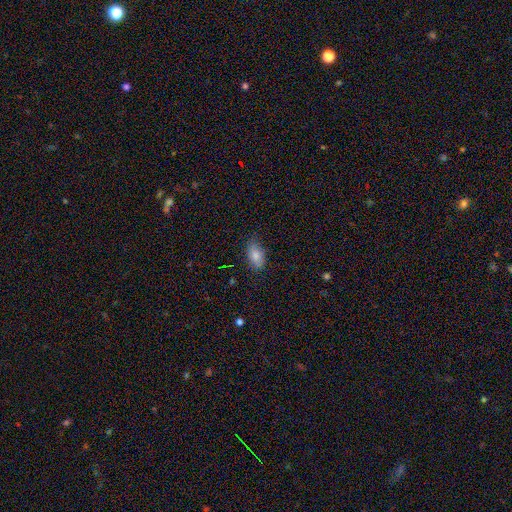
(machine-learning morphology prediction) type=smooth (83%); roundness=in between (91%); merging=none (76%).